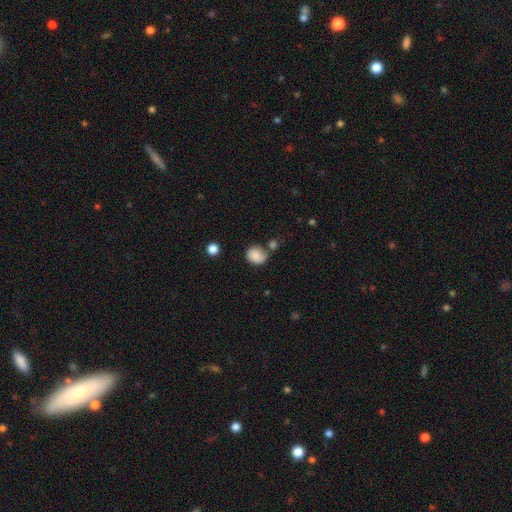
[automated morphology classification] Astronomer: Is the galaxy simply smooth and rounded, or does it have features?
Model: smooth — 72%.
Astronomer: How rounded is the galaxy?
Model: round — 62% (runner-up: in between, 37%).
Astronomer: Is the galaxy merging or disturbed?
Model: none — 52%.